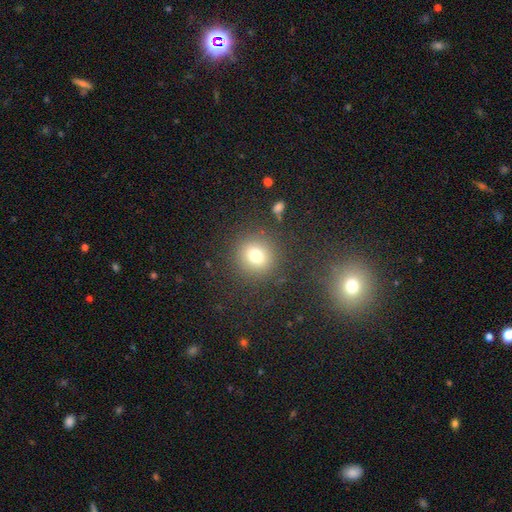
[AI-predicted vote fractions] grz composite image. It shows a smooth galaxy with no disk features (77%) that is round (86%). Merging: none (86%).